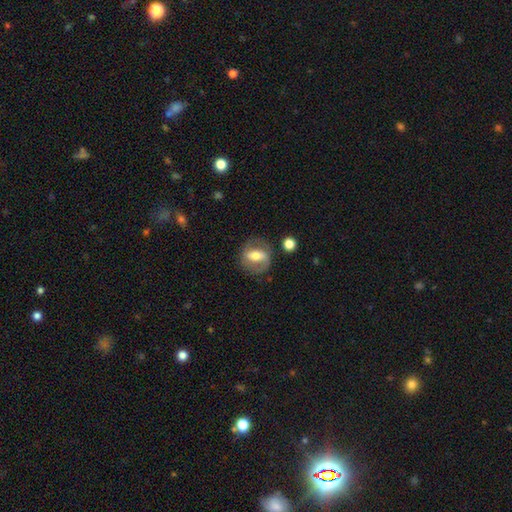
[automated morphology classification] Smooth or featured: featured or disk — 56% (smooth — 37%)
Edge-on disk: no — 93% (yes — 7%)
Bar: strong — 48% (weak — 32%)
Spiral arms: yes — 63% (no — 37%)
Bulge size: moderate — 59% (small — 20%)
Merging: none — 69% (minor disturbance — 17%)